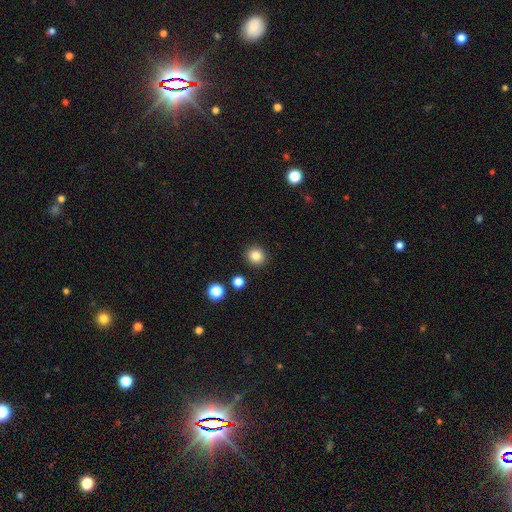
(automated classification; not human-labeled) smooth_or_featured: smooth (p=0.84) [alt: star or artifact p=0.11]
how_rounded: round (p=0.89) [alt: in between p=0.10]
merging: none (p=0.91) [alt: minor disturbance p=0.05]